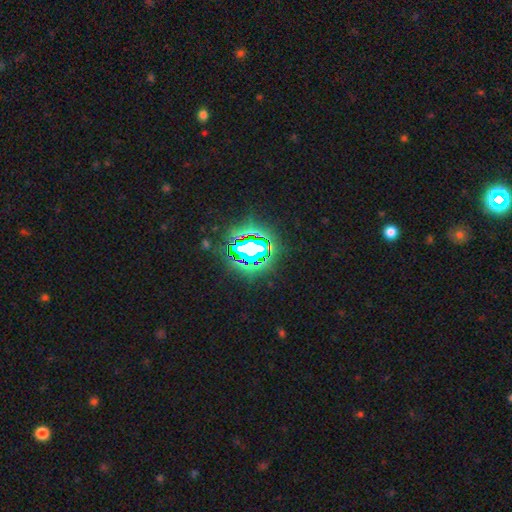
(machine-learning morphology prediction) Q: Smooth or featured?
A: star or artifact (85%); runner-up: smooth (9%)